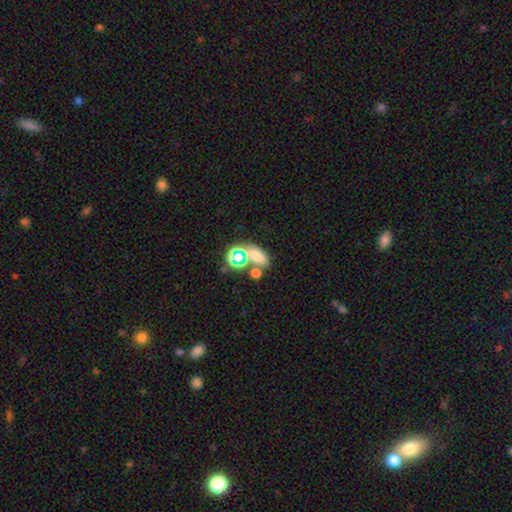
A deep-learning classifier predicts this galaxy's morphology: smooth_or_featured: smooth (p=0.60) [alt: star or artifact p=0.26]
how_rounded: in between (p=0.82) [alt: round p=0.15]
merging: none (p=0.45) [alt: merger p=0.35]